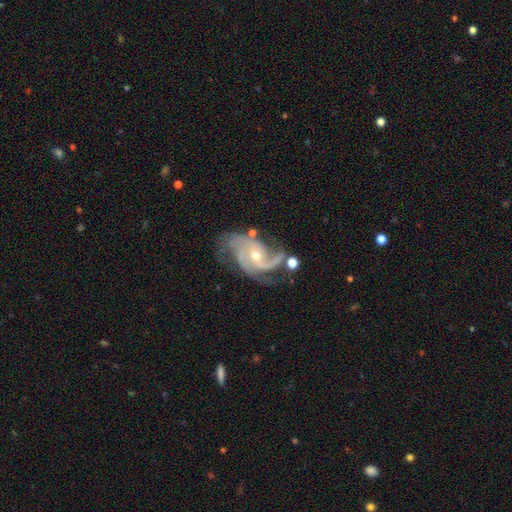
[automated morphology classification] Smooth or featured? Predicted: featured or disk (p=0.90). Edge-on disk? Predicted: no (p=0.97). Bar? Predicted: no (p=0.61). Spiral arms? Predicted: yes (p=0.97). Spiral winding? Predicted: medium (p=0.49). Spiral arm count? Predicted: 3 (p=0.39). Bulge size? Predicted: moderate (p=0.55). Merging? Predicted: none (p=0.47).